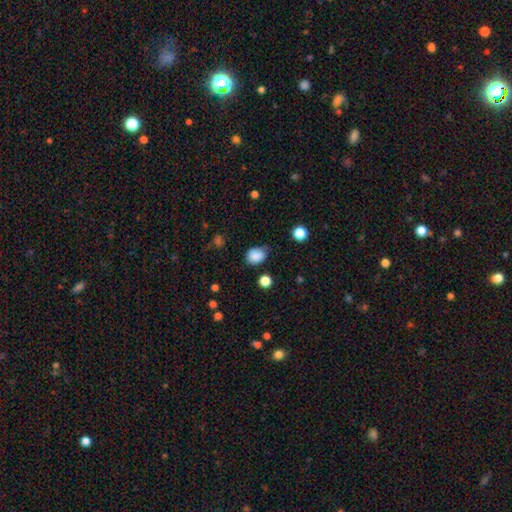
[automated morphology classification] Smooth or featured? Predicted: smooth (p=0.85). How rounded? Predicted: in between (p=0.60). Merging? Predicted: none (p=0.63).